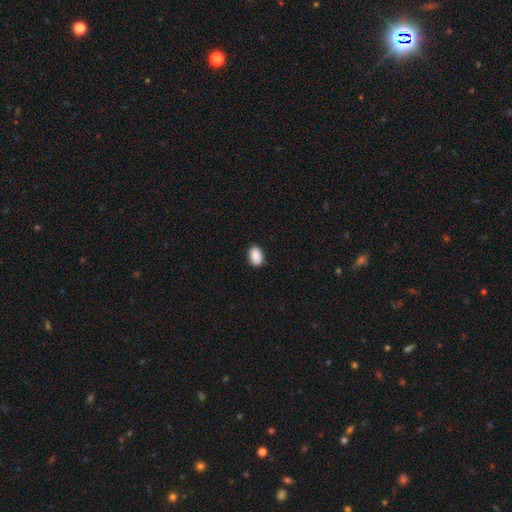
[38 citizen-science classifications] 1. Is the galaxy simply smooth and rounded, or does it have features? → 92% smooth, 8% star or artifact, 0% featured or disk.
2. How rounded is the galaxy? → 77% in between, 23% round, 0% cigar-shaped.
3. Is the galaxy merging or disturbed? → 74% none, 26% minor disturbance, 0% major disturbance, 0% merger.